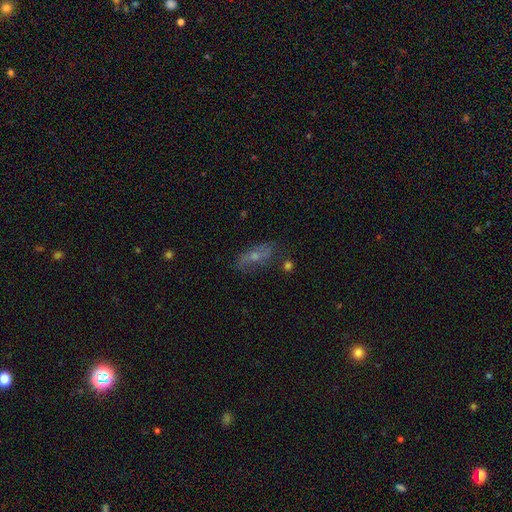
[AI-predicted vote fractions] The model was most divided on "smooth or featured": featured or disk: 51%, smooth: 37%, star or artifact: 12%. More confident: edge-on disk — no (74%); merging — none (68%).